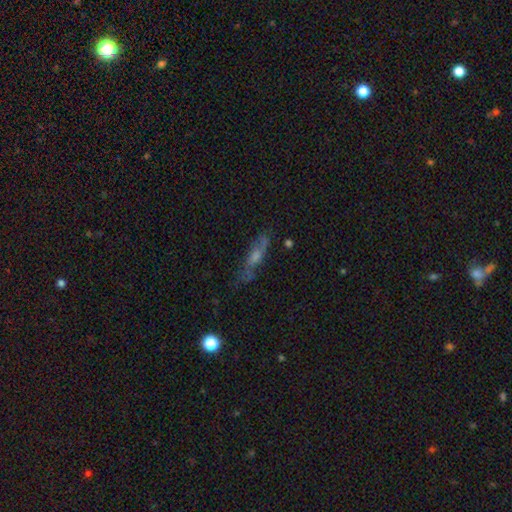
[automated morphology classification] Overall: featured or disk (55%; smooth 33%). Edge-on disk: yes (57%; no 43%). Merging: none (66%).